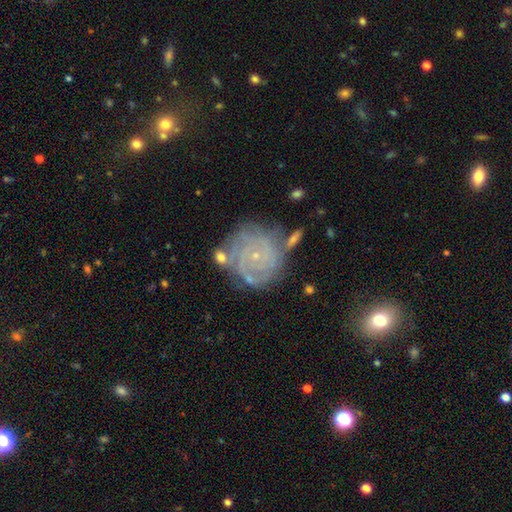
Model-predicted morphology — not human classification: The model was most divided on "spiral arm count": can't tell: 29%, 3: 23%, 2: 19%, 4: 15%, more than 4: 7%, 1: 7%. More confident: edge-on disk — no (98%); spiral arms — yes (95%); bulge size — small (86%); smooth or featured — featured or disk (82%); spiral winding — tight (80%); bar — no (77%); merging — none (67%).